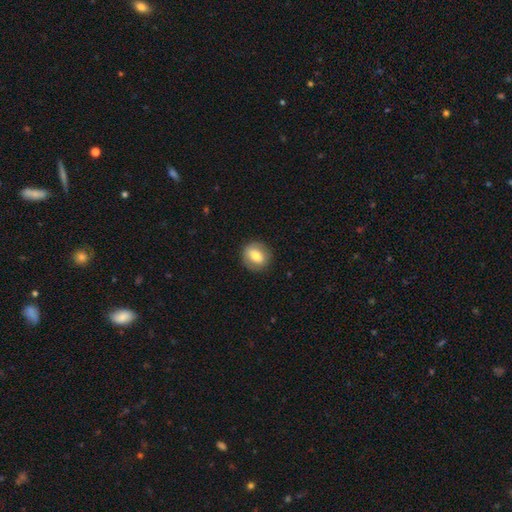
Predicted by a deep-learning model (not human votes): Smooth or featured? smooth (67%)
How rounded? round (69%)
Merging? none (85%)